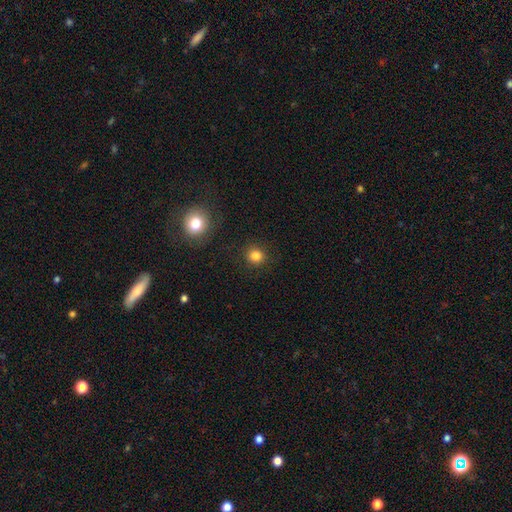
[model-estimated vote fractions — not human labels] Morphology: type=smooth (83%); roundness=round (91%); merging=none (90%).